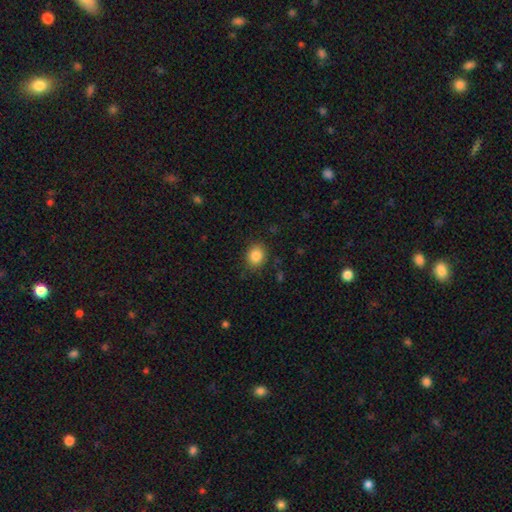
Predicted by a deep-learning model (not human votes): The model was most divided on "how rounded": round: 69%, in between: 30%, cigar-shaped: 1%. More confident: smooth or featured — smooth (86%); merging — none (85%).